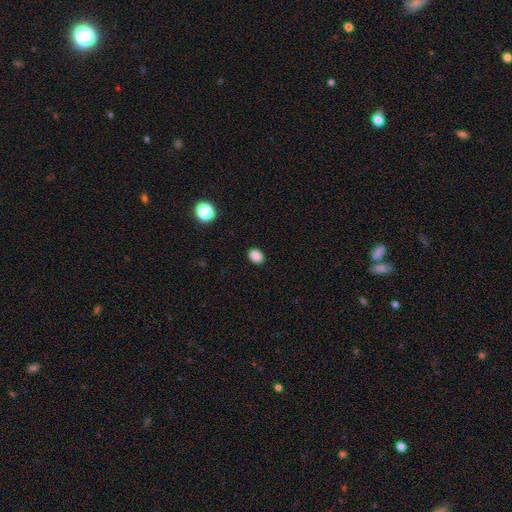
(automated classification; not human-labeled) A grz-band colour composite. It shows a smooth galaxy with no disk features (87%) that is in between round and cigar-shaped (65%). Merging: none (89%).